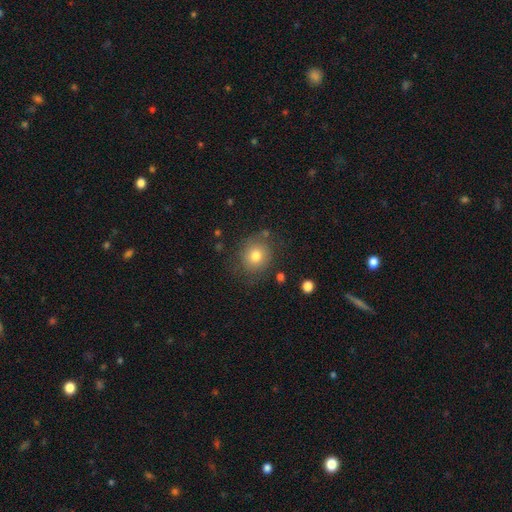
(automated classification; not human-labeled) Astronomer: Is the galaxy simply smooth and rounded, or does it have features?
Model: smooth — 72%.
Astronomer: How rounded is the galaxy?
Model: round — 80%.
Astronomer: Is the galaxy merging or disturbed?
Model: none — 74%.